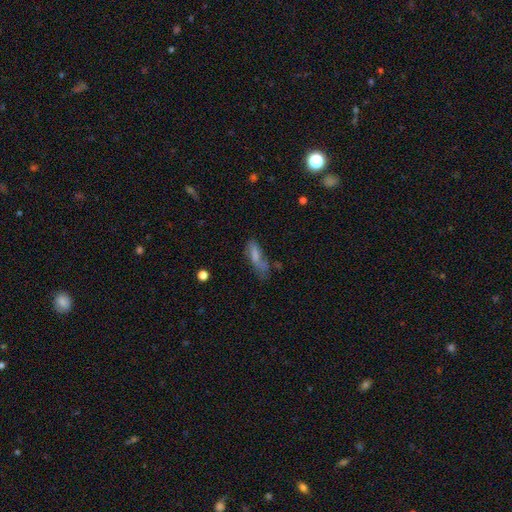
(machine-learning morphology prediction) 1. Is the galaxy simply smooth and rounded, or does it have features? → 69% smooth, 21% featured or disk, 10% star or artifact.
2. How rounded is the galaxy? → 55% in between, 42% cigar-shaped, 3% round.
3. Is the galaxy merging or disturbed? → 40% none, 28% minor disturbance, 19% major disturbance, 12% merger.